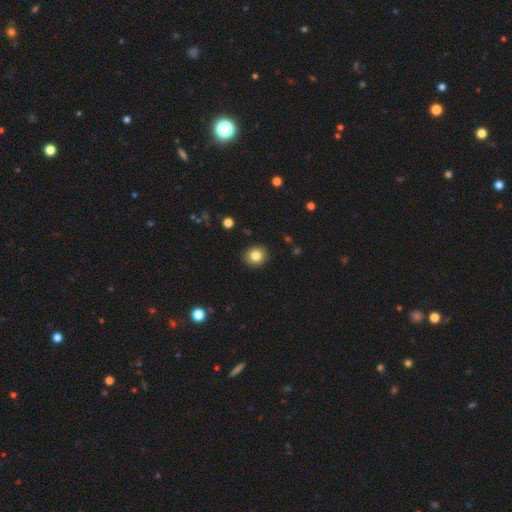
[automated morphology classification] Smooth or featured: smooth — 83% (star or artifact — 10%)
How rounded: round — 83% (in between — 16%)
Merging: none — 91% (minor disturbance — 6%)